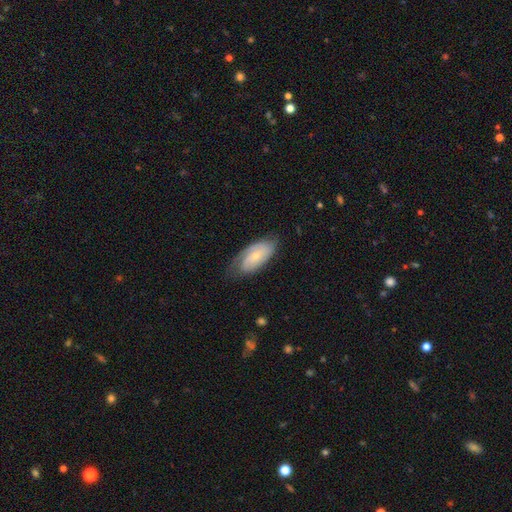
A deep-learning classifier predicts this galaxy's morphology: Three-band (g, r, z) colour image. It shows a featured or disk galaxy (53%). Merging: none (62%).